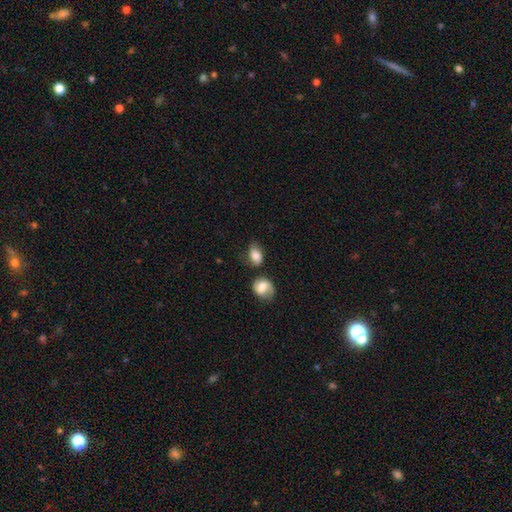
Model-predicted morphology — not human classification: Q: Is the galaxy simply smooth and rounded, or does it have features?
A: smooth — 80%.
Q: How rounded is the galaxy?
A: in between — 78%.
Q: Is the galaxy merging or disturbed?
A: none — 46%.